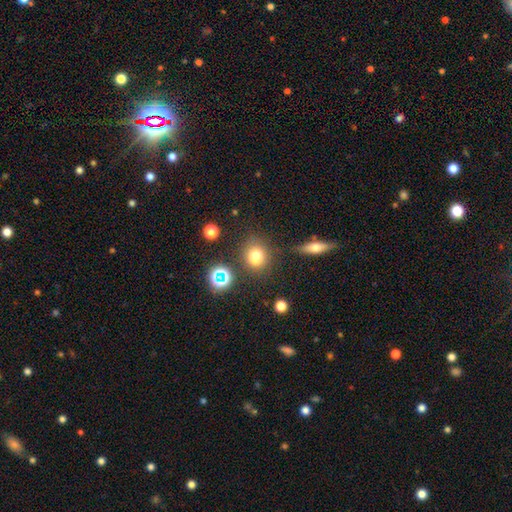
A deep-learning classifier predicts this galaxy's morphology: This is likely a smooth galaxy (72%). How rounded: likely round (69%). Merging: likely none (71%).